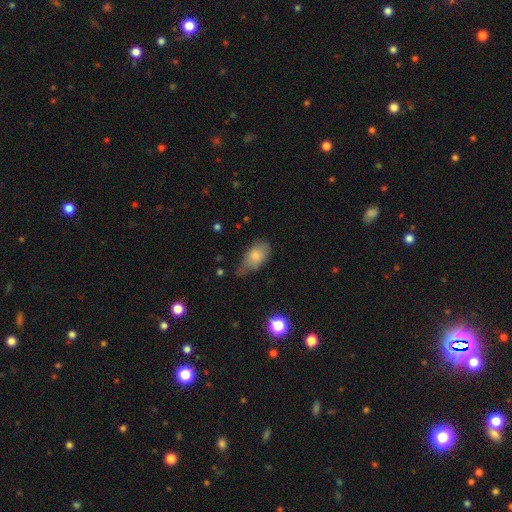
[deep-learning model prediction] Morphology: type=smooth (79%); roundness=in between (90%); merging=minor disturbance (42%).